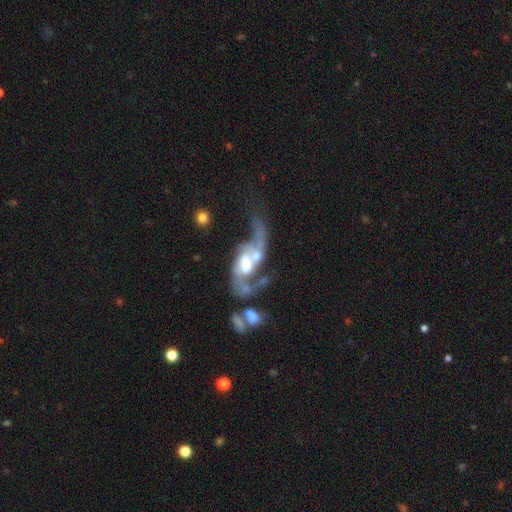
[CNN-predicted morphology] The model was most divided on "bulge size": moderate: 36%, large: 32%, none: 13%, small: 13%, dominant: 5%. Remaining: edge-on disk — no (96%); spiral arms — yes (85%); smooth or featured — featured or disk (79%); spiral arm count — 2 (78%); spiral winding — loose (70%); bar — no (44%); merging — merger (40%).